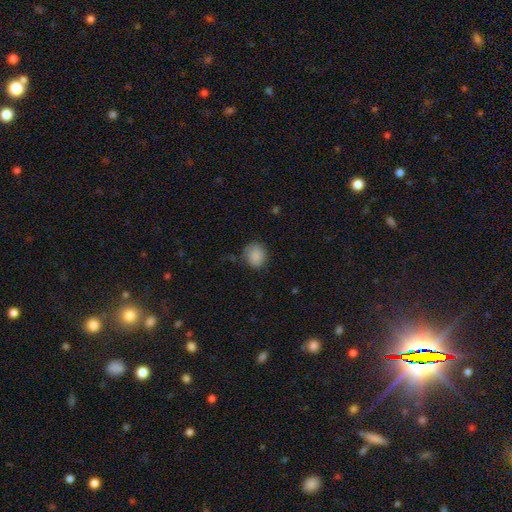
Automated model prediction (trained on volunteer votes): Smooth or featured: smooth — 85% (star or artifact — 8%)
How rounded: round — 73% (in between — 26%)
Merging: none — 68% (minor disturbance — 22%)